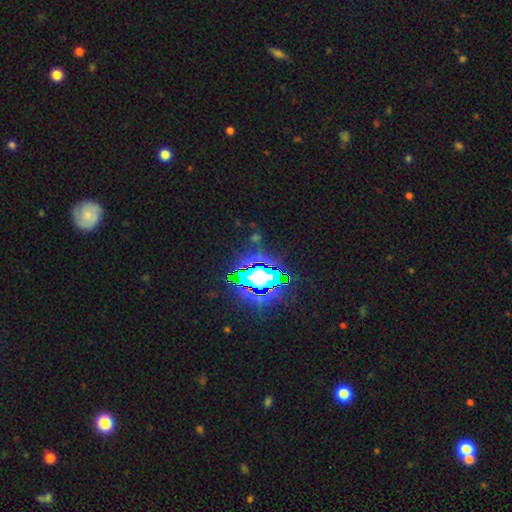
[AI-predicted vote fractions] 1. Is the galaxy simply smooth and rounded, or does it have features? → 82% star or artifact, 10% smooth, 8% featured or disk.